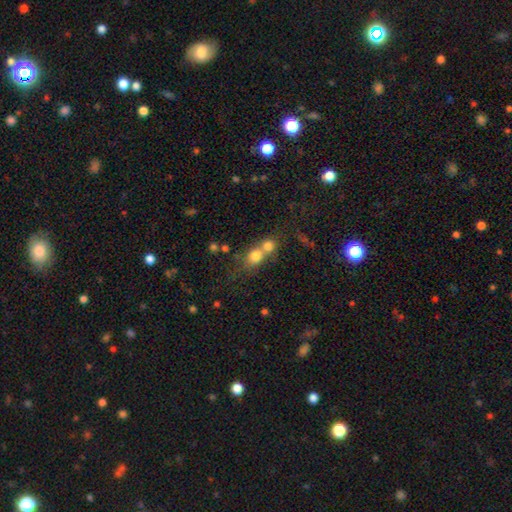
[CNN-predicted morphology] Smooth or featured: smooth — 74% (featured or disk — 14%)
How rounded: round — 71% (in between — 27%)
Merging: merger — 64% (none — 28%)